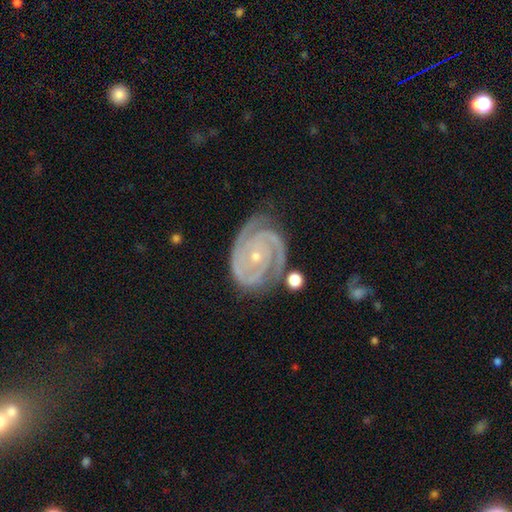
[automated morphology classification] The model was most divided on "spiral arm count": 2: 57%, 3: 25%, can't tell: 7%, 4: 5%, 1: 4%, more than 4: 3%. More confident: spiral arms — yes (98%); edge-on disk — no (98%); smooth or featured — featured or disk (91%); spiral winding — tight (79%); bulge size — small (78%); bar — no (76%); merging — none (69%).